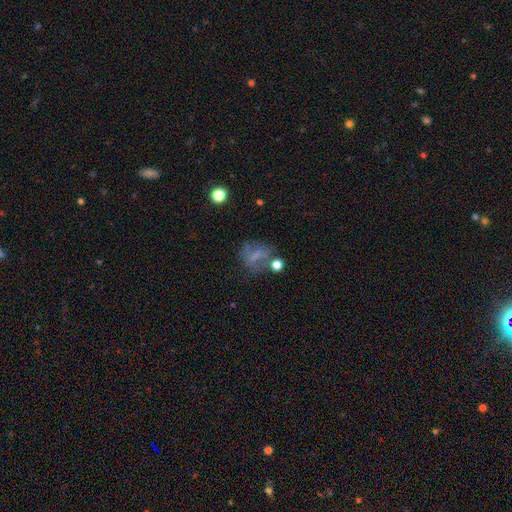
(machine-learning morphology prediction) Smooth or featured? Predicted: smooth (p=0.45). Merging? Predicted: none (p=0.46).